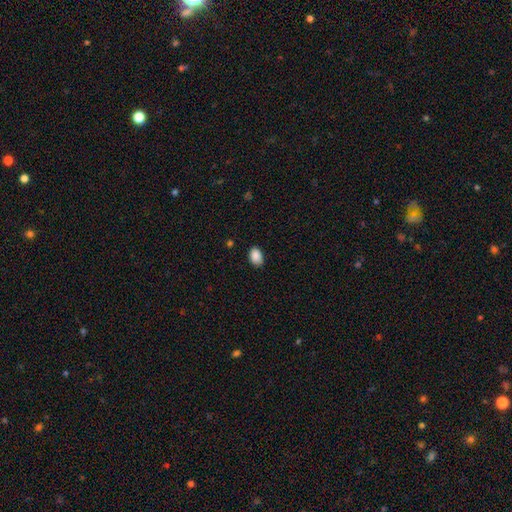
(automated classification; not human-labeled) smooth-or-featured: smooth: 89% | star or artifact: 8% | featured or disk: 3%
  how-rounded: in between: 85% | round: 13% | cigar-shaped: 1%
  merging: none: 82% | minor disturbance: 14% | major disturbance: 3% | merger: 1%